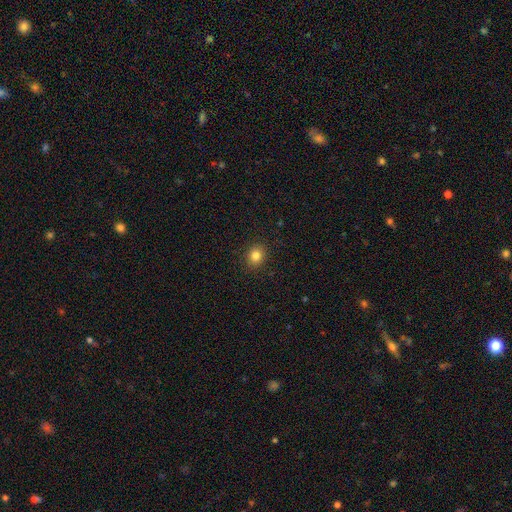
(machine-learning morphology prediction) This is clearly a smooth galaxy (83%). How rounded: likely round (71%). Merging: clearly none (90%).